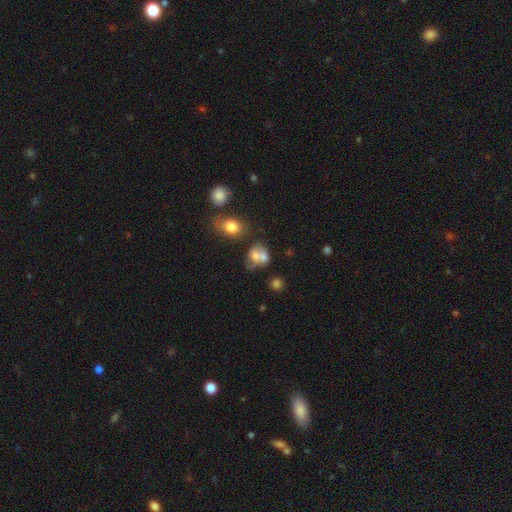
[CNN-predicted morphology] Smooth or featured? smooth (62%)
How rounded? in between (54%)
Merging? merger (53%)